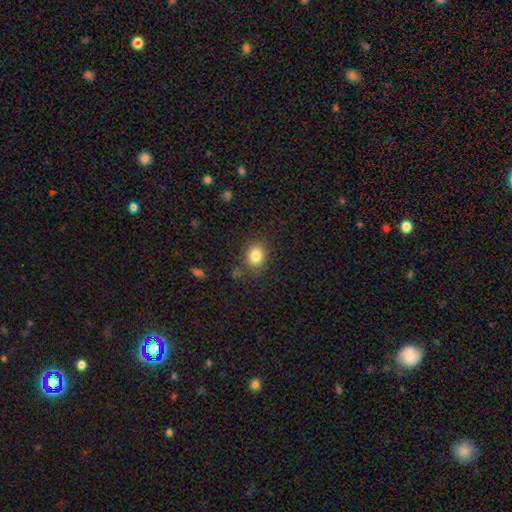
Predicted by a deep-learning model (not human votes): Smooth or featured?
  - smooth: 83% *
  - star or artifact: 10%
  - featured or disk: 6%
How rounded?
  - round: 53% *
  - in between: 47%
  - cigar-shaped: 1%
Merging?
  - none: 81% *
  - minor disturbance: 12%
  - major disturbance: 4%
  - merger: 3%